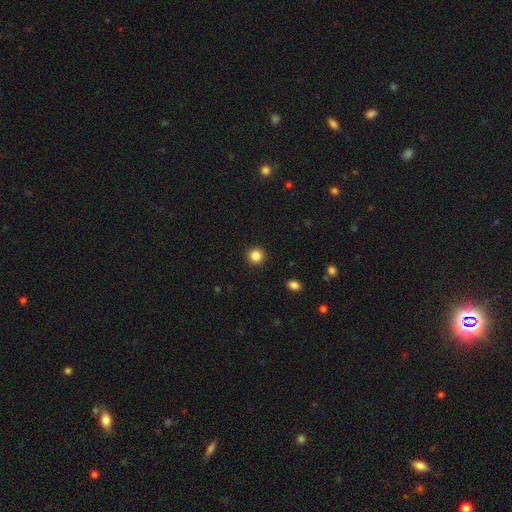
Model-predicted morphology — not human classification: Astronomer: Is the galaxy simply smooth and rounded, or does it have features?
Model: smooth — 84%.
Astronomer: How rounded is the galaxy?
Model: round — 95%.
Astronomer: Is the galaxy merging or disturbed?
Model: none — 93%.